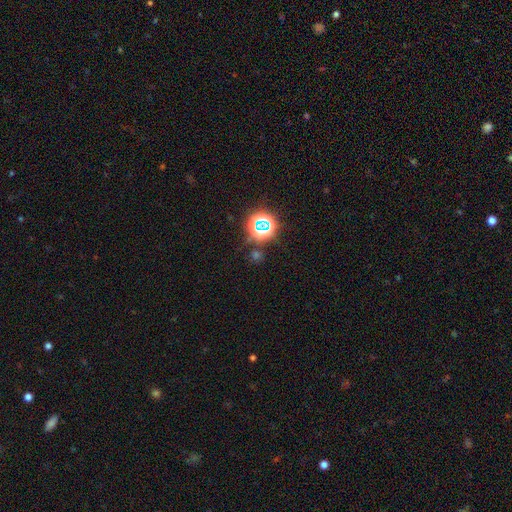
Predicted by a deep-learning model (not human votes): Smooth or featured? Predicted: star or artifact (p=0.58).